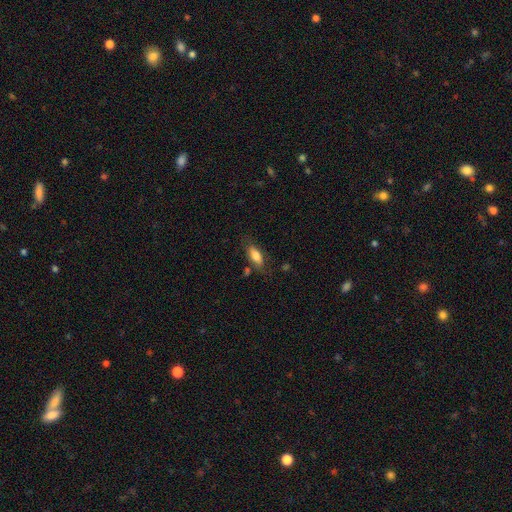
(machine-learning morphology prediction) This appears to be a smooth galaxy with no disk features (77%) that is in between round and cigar-shaped (78%). Merging: none (71%).